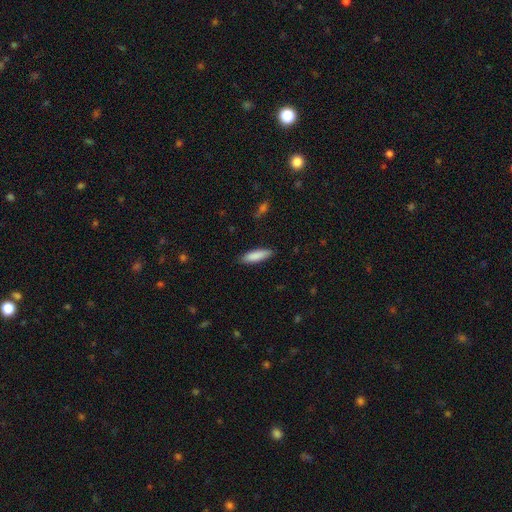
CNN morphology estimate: Overall: smooth (87%). How rounded: cigar-shaped (64%; in between 34%). Merging: none (86%).